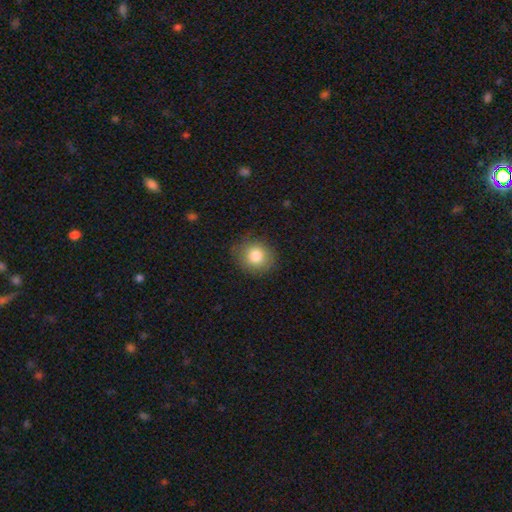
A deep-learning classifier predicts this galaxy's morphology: type=smooth (82%); roundness=round (82%); merging=none (83%).